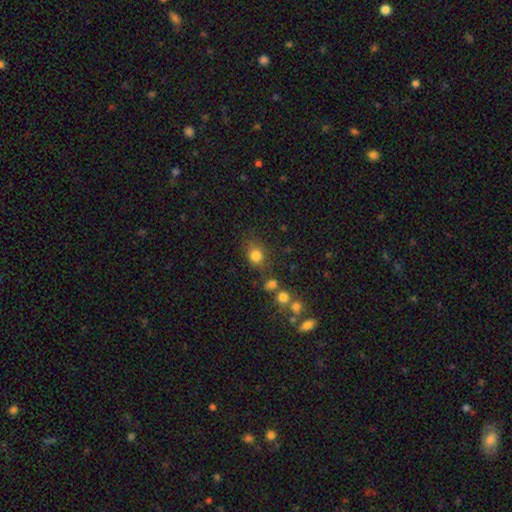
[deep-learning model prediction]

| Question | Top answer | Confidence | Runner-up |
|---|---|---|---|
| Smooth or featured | smooth | 81% | star or artifact (13%) |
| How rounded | round | 65% | in between (34%) |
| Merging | none | 71% | minor disturbance (15%) |